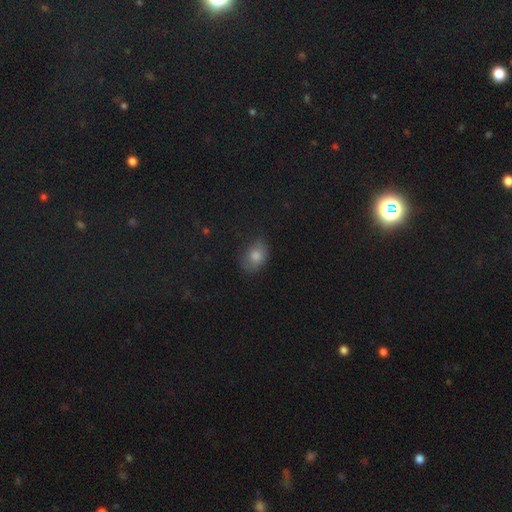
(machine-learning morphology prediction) Smooth or featured?
  - smooth: 76% *
  - star or artifact: 13%
  - featured or disk: 12%
How rounded?
  - in between: 71% *
  - round: 28%
  - cigar-shaped: 1%
Merging?
  - none: 71% *
  - minor disturbance: 22%
  - major disturbance: 6%
  - merger: 1%